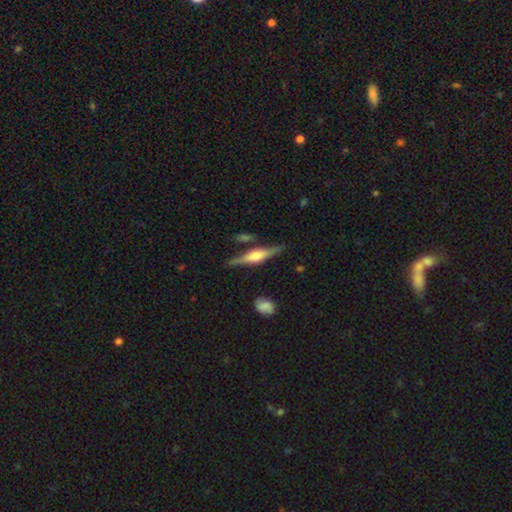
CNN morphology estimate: smooth-or-featured: featured or disk: 72% | smooth: 22% | star or artifact: 6%
  disk-edge-on: yes: 97% | no: 3%
    edge-on-bulge: rounded: 78% | boxy: 19% | none: 4%
  merging: none: 81% | minor disturbance: 11% | merger: 5% | major disturbance: 3%